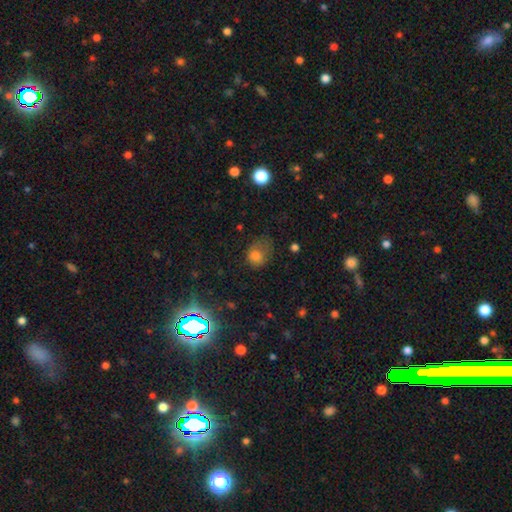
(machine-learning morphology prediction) smooth 74%, star or artifact 16%, featured or disk 10%. Down the decision tree: how rounded — round (53%); merging — none (36%).